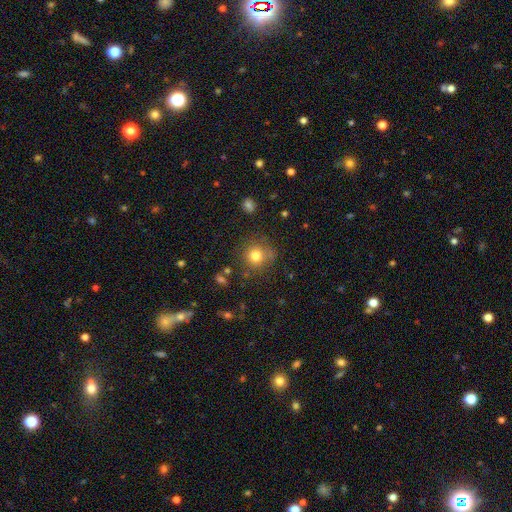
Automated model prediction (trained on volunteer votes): Smooth or featured? Predicted: smooth (p=0.78). How rounded? Predicted: round (p=0.90). Merging? Predicted: none (p=0.75).